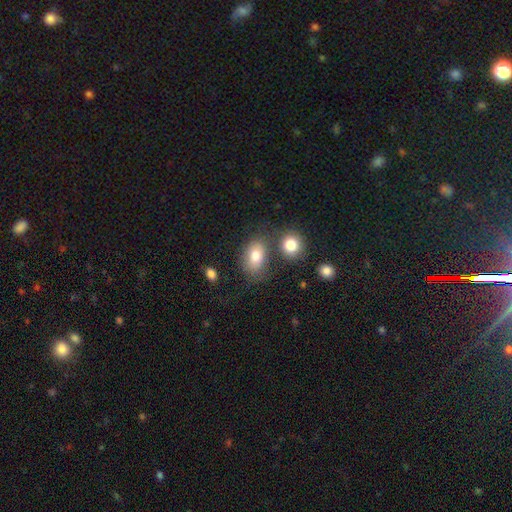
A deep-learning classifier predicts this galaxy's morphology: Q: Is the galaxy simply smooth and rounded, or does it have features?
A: smooth — 78%.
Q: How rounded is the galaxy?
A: in between — 77%.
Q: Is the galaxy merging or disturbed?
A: none — 57%.